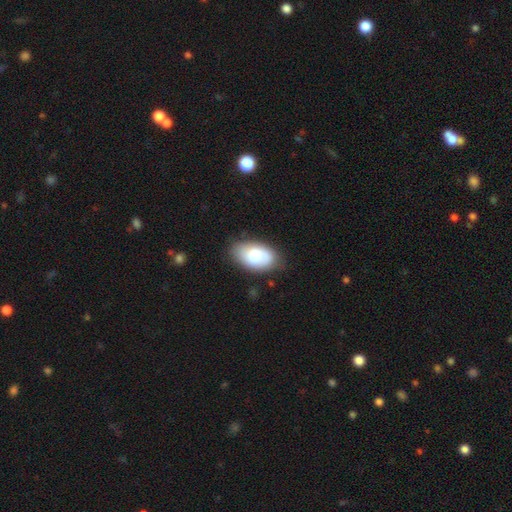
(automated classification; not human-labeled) smooth-or-featured: smooth: 70% | featured or disk: 24% | star or artifact: 7%
  how-rounded: in between: 93% | round: 6% | cigar-shaped: 1%
  merging: none: 73% | minor disturbance: 19% | major disturbance: 5% | merger: 2%